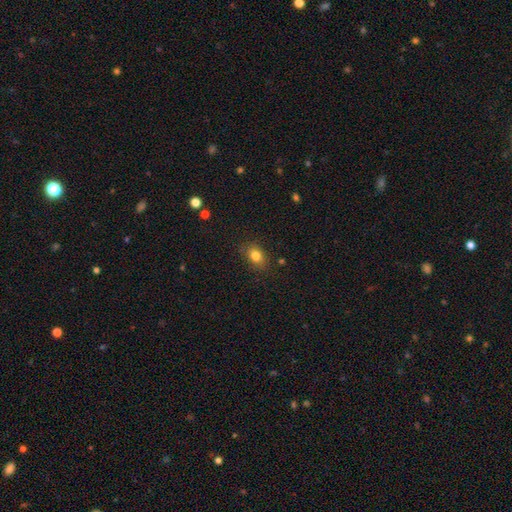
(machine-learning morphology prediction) type=smooth (82%); roundness=in between (69%); merging=none (84%).